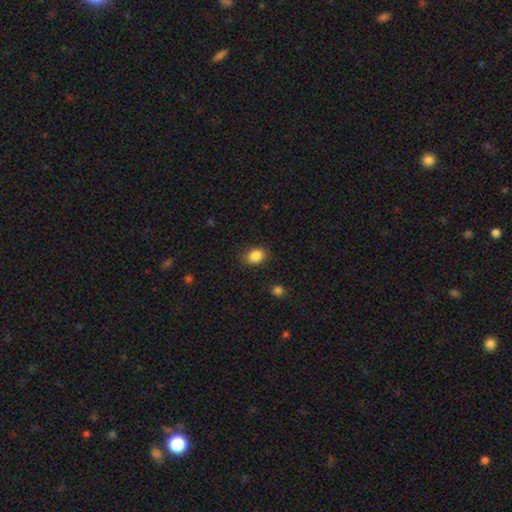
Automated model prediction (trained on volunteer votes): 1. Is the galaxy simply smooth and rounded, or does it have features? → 86% smooth, 9% star or artifact, 4% featured or disk.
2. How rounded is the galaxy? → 60% in between, 39% round, 1% cigar-shaped.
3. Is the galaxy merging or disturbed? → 83% none, 13% minor disturbance, 3% major disturbance, 2% merger.